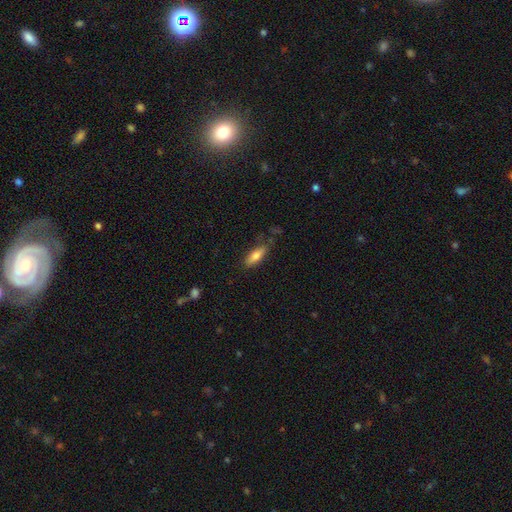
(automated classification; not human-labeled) A smooth galaxy with no disk features (74%) that is in between round and cigar-shaped (54%). Merging: none (73%).